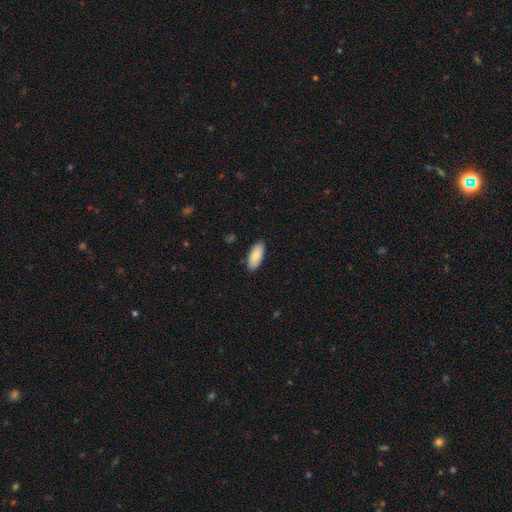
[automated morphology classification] smooth-or-featured: smooth: 87% | featured or disk: 8% | star or artifact: 6%
  how-rounded: in between: 88% | cigar-shaped: 11% | round: 2%
  merging: none: 89% | minor disturbance: 8% | major disturbance: 2% | merger: 1%